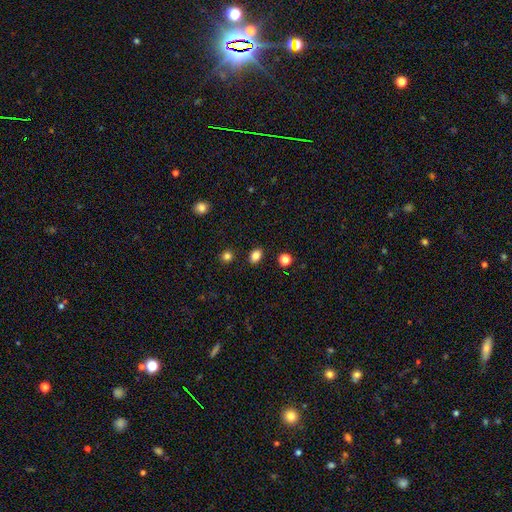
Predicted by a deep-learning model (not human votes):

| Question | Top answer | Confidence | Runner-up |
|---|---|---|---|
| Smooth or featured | smooth | 84% | star or artifact (10%) |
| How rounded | in between | 80% | round (19%) |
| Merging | none | 88% | minor disturbance (8%) |